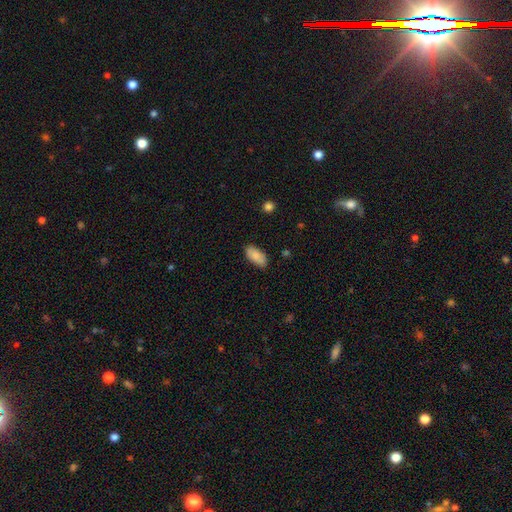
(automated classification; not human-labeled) Q: Smooth or featured?
A: smooth (86%); runner-up: featured or disk (8%)
Q: How rounded?
A: in between (91%); runner-up: cigar-shaped (6%)
Q: Merging?
A: none (81%); runner-up: minor disturbance (15%)